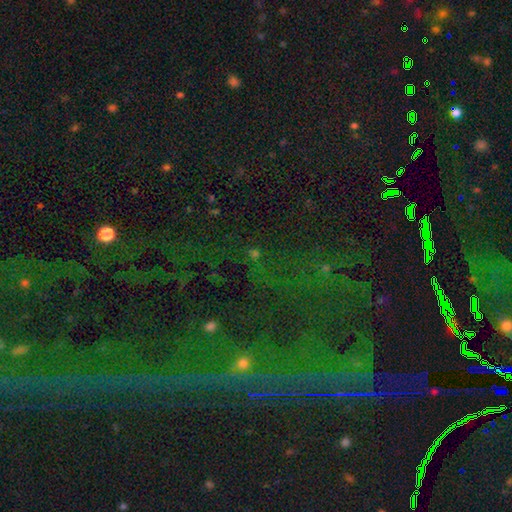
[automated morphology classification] Smooth or featured?
  - star or artifact: 71% *
  - smooth: 19%
  - featured or disk: 10%